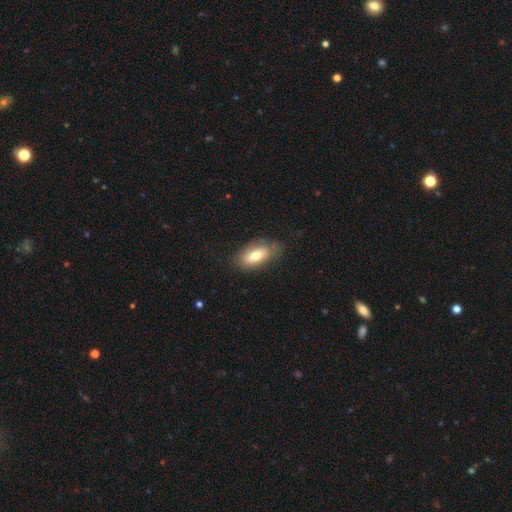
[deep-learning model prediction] smooth 75%, featured or disk 18%, star or artifact 7%. Down the decision tree: how rounded — in between (88%); merging — none (73%).